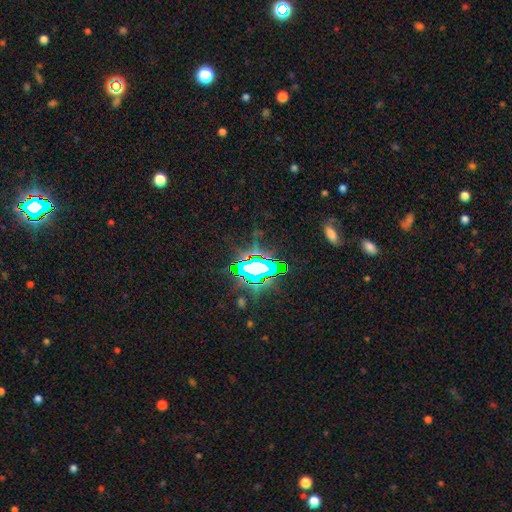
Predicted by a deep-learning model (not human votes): This appears to be a star or artifact, not a galaxy (68%).